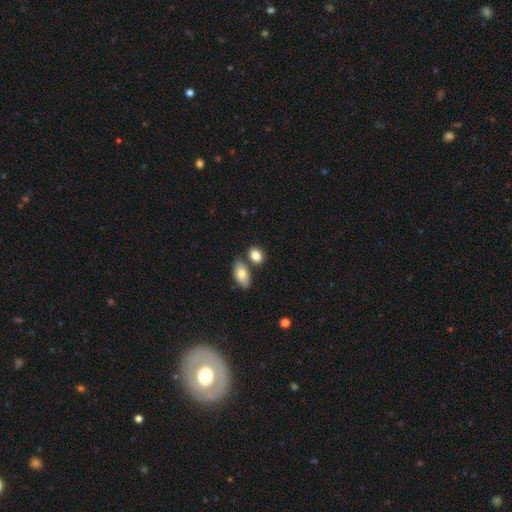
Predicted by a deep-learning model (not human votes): Morphology: type=smooth (83%); roundness=in between (74%); merging=none (62%).